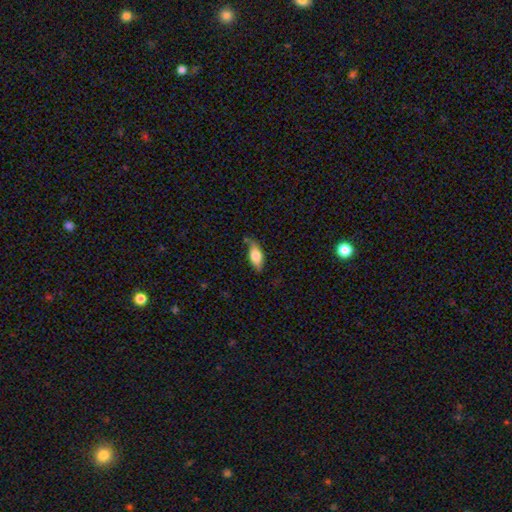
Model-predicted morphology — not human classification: Smooth or featured: smooth — 72% (featured or disk — 21%)
How rounded: in between — 84% (cigar-shaped — 13%)
Merging: none — 61% (minor disturbance — 28%)